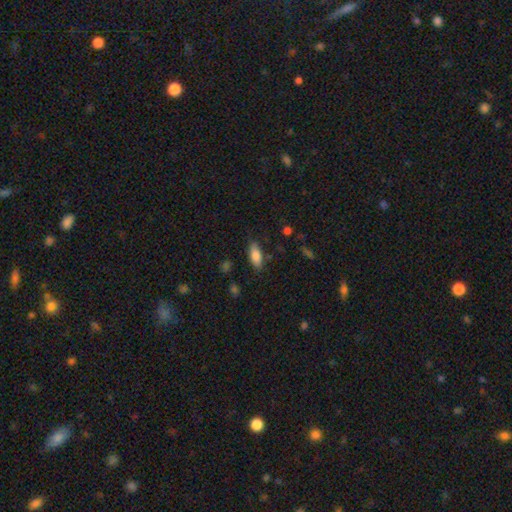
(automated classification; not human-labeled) Smooth or featured? Predicted: smooth (p=0.84). How rounded? Predicted: in between (p=0.79). Merging? Predicted: none (p=0.80).